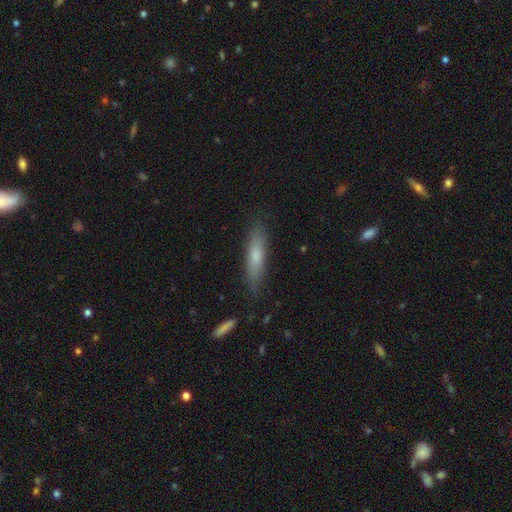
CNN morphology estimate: smooth-or-featured: smooth: 70% | featured or disk: 23% | star or artifact: 7%
  how-rounded: cigar-shaped: 76% | in between: 22% | round: 2%
  merging: none: 83% | minor disturbance: 13% | major disturbance: 3% | merger: 2%